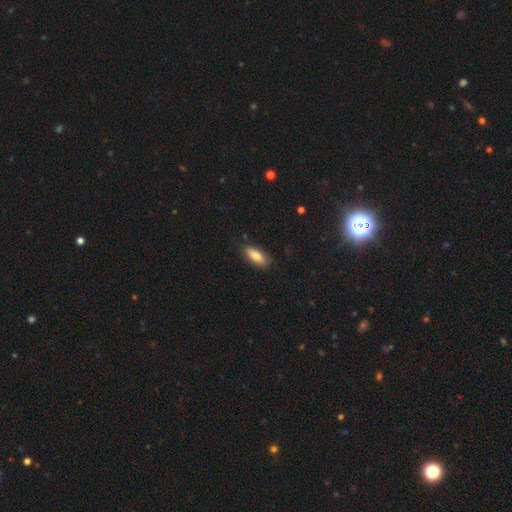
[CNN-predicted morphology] smooth 80%, featured or disk 13%, star or artifact 6%. Down the decision tree: how rounded — in between (66%); merging — none (83%).